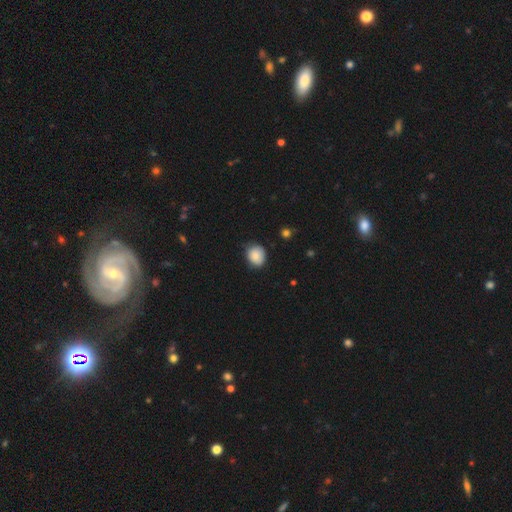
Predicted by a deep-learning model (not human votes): Smooth or featured?
  - smooth: 84% *
  - star or artifact: 9%
  - featured or disk: 8%
How rounded?
  - round: 65% *
  - in between: 35%
  - cigar-shaped: 1%
Merging?
  - none: 71% *
  - minor disturbance: 24%
  - major disturbance: 4%
  - merger: 1%